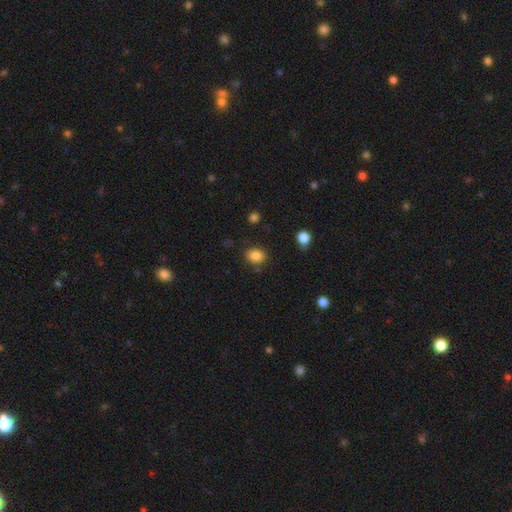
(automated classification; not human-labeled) smooth-or-featured: smooth: 85% | star or artifact: 10% | featured or disk: 5%
  how-rounded: in between: 58% | round: 41% | cigar-shaped: 1%
  merging: none: 81% | minor disturbance: 12% | major disturbance: 4% | merger: 3%